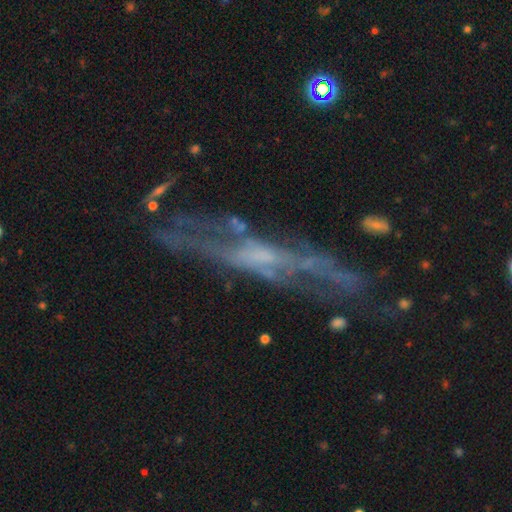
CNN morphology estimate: A featured or disk galaxy (74%).

Vote fractions:
- Smooth or featured? featured or disk: 74% / smooth: 16% / star or artifact: 10%
- Edge-on disk? no: 55% / yes: 45%
- Merging? none: 51% / minor disturbance: 21% / major disturbance: 21% / merger: 6%